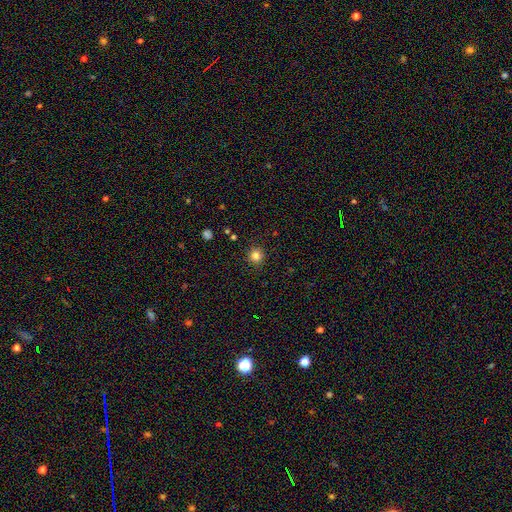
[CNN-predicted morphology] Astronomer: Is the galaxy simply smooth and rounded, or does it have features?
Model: smooth — 82%.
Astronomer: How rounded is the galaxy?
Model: round — 94%.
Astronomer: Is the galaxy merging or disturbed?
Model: none — 91%.